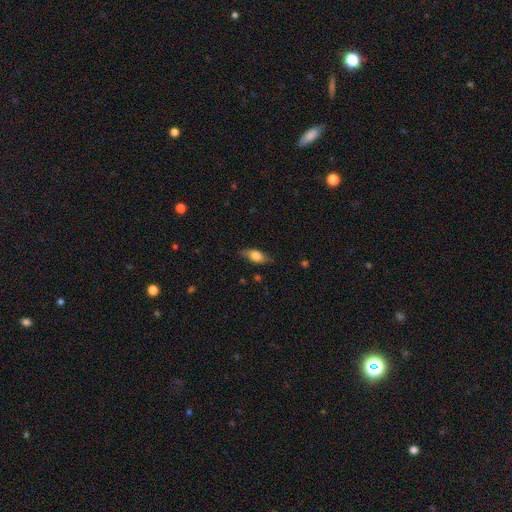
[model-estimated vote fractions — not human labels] Smooth or featured: smooth — 69% (featured or disk — 24%)
How rounded: in between — 78% (cigar-shaped — 18%)
Merging: none — 79% (minor disturbance — 17%)